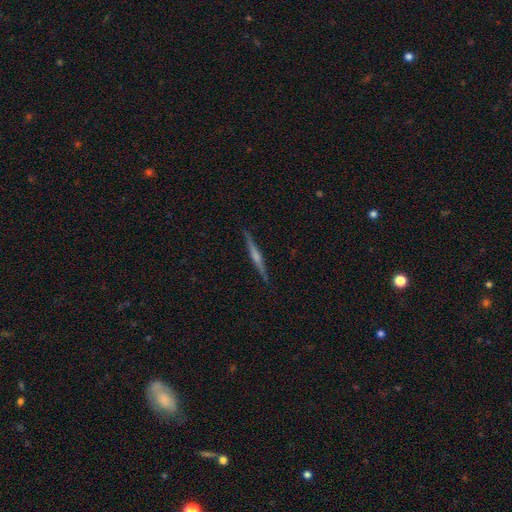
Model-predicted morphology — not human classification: type=featured or disk (73%); edge-on=yes (97%); edge-on bulge=rounded (76%); merging=none (90%).